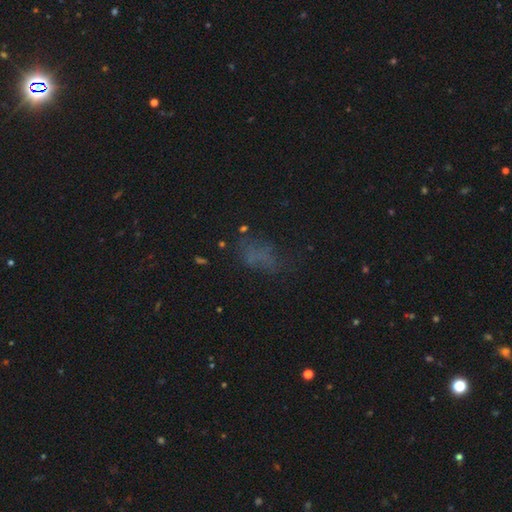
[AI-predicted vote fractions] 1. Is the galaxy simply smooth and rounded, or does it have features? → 49% smooth, 30% star or artifact, 21% featured or disk.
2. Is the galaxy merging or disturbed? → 51% none, 23% major disturbance, 21% minor disturbance, 5% merger.